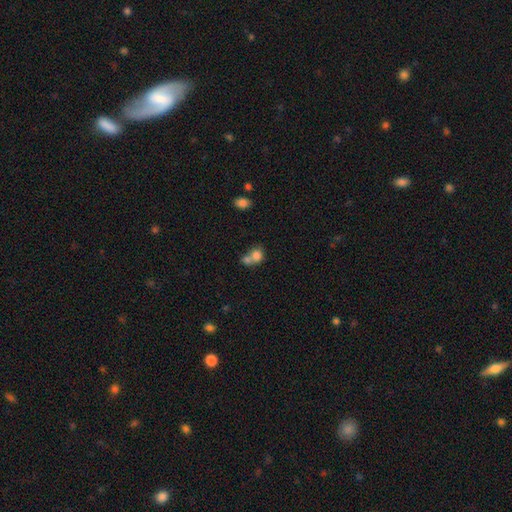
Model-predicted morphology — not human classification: The model was most divided on "merging": merger: 61%, none: 28%, minor disturbance: 7%, major disturbance: 4%. More confident: smooth or featured — smooth (76%); how rounded — round (68%).